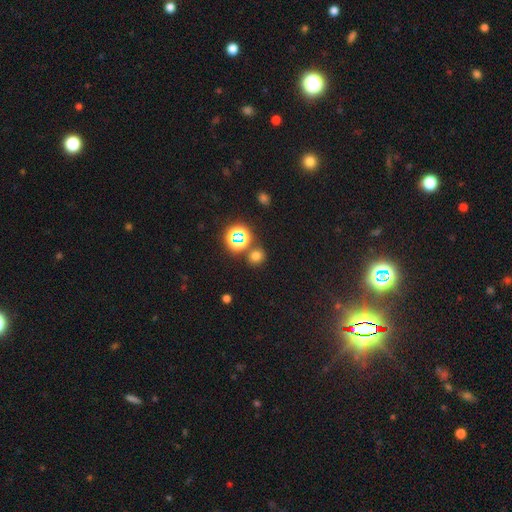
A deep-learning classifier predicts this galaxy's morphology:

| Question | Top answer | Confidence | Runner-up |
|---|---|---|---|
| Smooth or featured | smooth | 65% | star or artifact (29%) |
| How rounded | round | 84% | in between (15%) |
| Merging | none | 80% | merger (9%) |